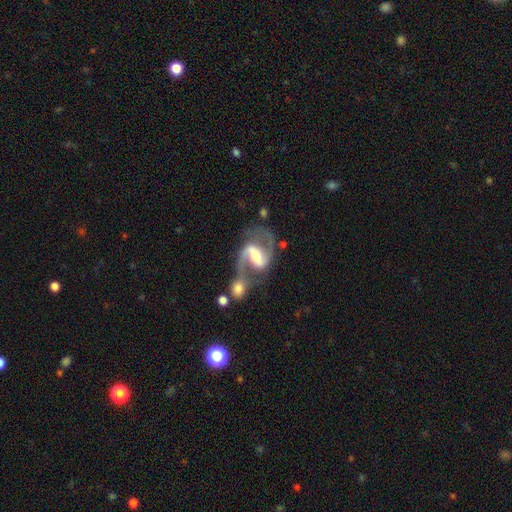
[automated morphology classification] Smooth or featured? Predicted: featured or disk (p=0.89). Edge-on disk? Predicted: no (p=0.98). Bar? Predicted: strong (p=0.51). Spiral arms? Predicted: yes (p=0.96). Spiral winding? Predicted: medium (p=0.55). Spiral arm count? Predicted: 2 (p=0.92). Bulge size? Predicted: moderate (p=0.47). Merging? Predicted: none (p=0.44).